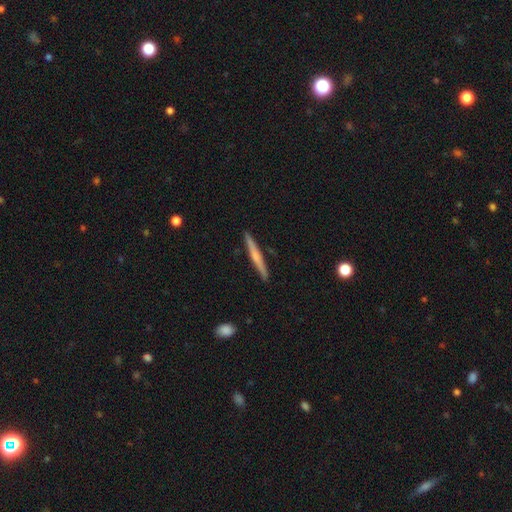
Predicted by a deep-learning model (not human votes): smooth_or_featured: featured or disk (p=0.49) [alt: smooth p=0.46]
merging: none (p=0.92) [alt: minor disturbance p=0.06]